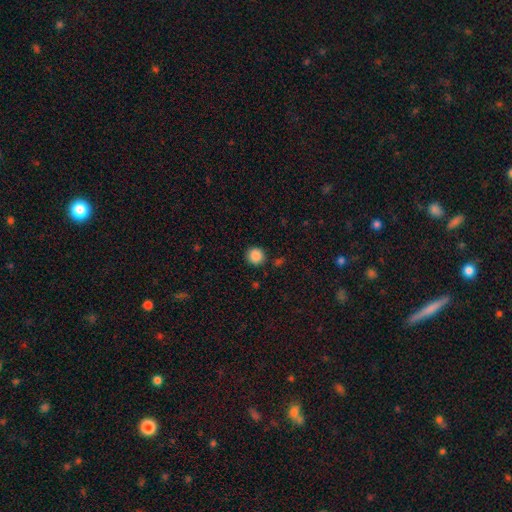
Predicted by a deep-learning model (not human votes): smooth-or-featured: smooth: 87% | star or artifact: 9% | featured or disk: 3%
  how-rounded: round: 92% | in between: 7% | cigar-shaped: 1%
  merging: none: 88% | minor disturbance: 7% | merger: 3% | major disturbance: 2%